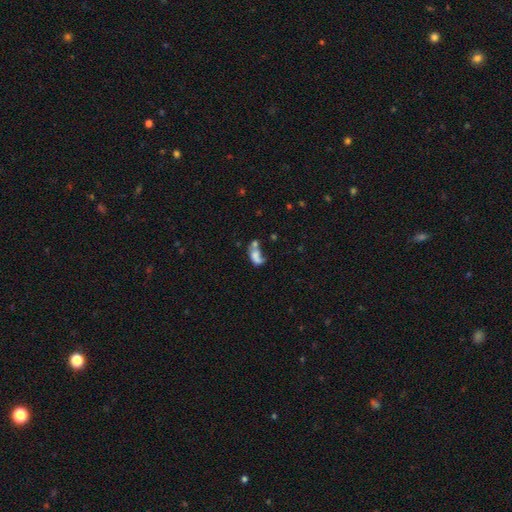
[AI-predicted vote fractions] smooth_or_featured: smooth (p=0.58) [alt: featured or disk p=0.29]
how_rounded: in between (p=0.83) [alt: round p=0.10]
merging: merger (p=0.46) [alt: major disturbance p=0.22]